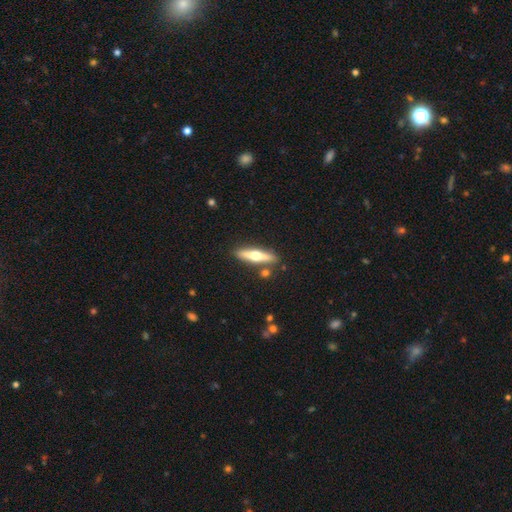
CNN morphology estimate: Smooth or featured?
  - featured or disk: 50% *
  - smooth: 45%
  - star or artifact: 5%
Merging?
  - none: 84% *
  - minor disturbance: 9%
  - merger: 5%
  - major disturbance: 2%